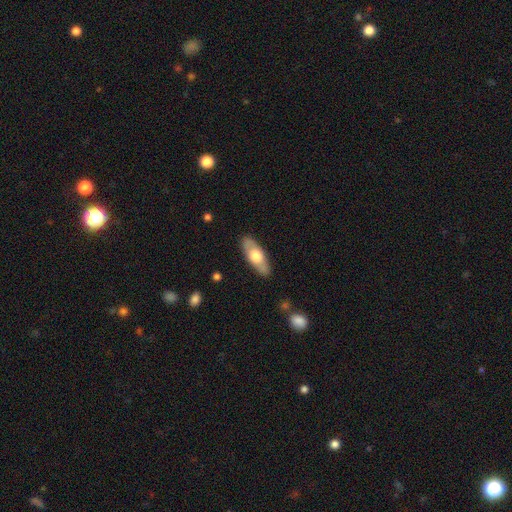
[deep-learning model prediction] A smooth galaxy with no disk features (54%) that is in between round and cigar-shaped (73%). Merging: none (86%).